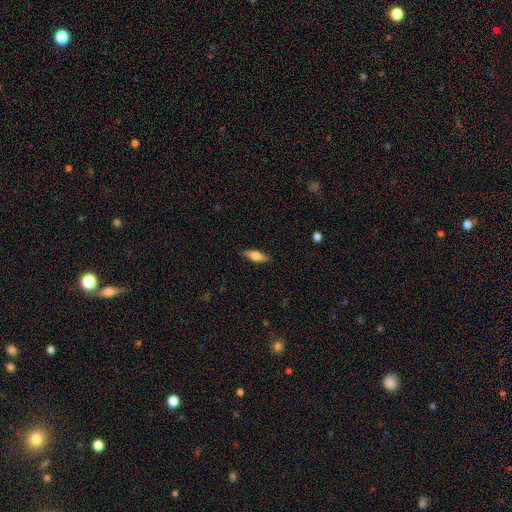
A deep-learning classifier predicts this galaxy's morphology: smooth-or-featured: smooth: 62% | featured or disk: 31% | star or artifact: 7%
  how-rounded: in between: 54% | cigar-shaped: 43% | round: 3%
  merging: none: 85% | minor disturbance: 11% | major disturbance: 2% | merger: 1%